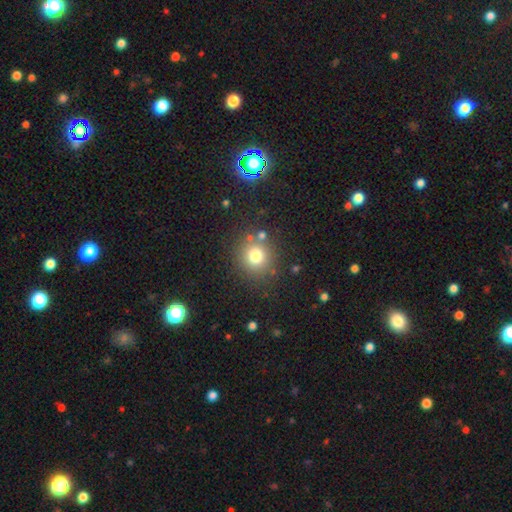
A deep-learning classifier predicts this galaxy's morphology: Smooth or featured?
  - smooth: 75% *
  - star or artifact: 16%
  - featured or disk: 9%
How rounded?
  - round: 91% *
  - in between: 8%
  - cigar-shaped: 1%
Merging?
  - none: 81% *
  - minor disturbance: 9%
  - merger: 7%
  - major disturbance: 4%